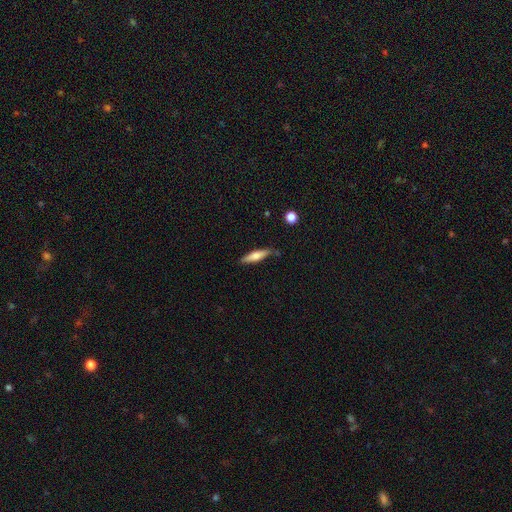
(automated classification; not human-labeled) This appears to be a smooth galaxy with no disk features (60%) that is cigar-shaped (76%). Merging: none (78%).